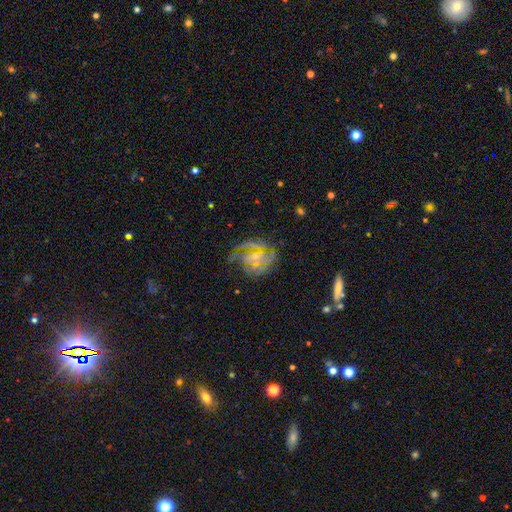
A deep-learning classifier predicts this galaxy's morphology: Smooth or featured? Predicted: featured or disk (p=0.65). Edge-on disk? Predicted: no (p=0.95). Bar? Predicted: no (p=0.47). Spiral arms? Predicted: yes (p=0.87). Spiral winding? Predicted: tight (p=0.53). Spiral arm count? Predicted: can't tell (p=0.35). Bulge size? Predicted: small (p=0.62). Merging? Predicted: none (p=0.67).